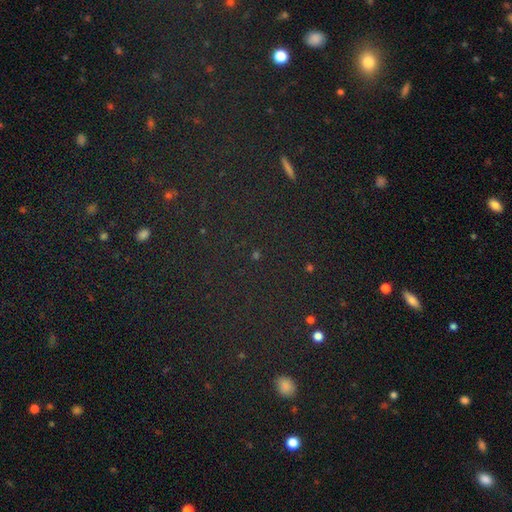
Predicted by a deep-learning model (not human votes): smooth-or-featured: star or artifact: 71% | smooth: 20% | featured or disk: 9%